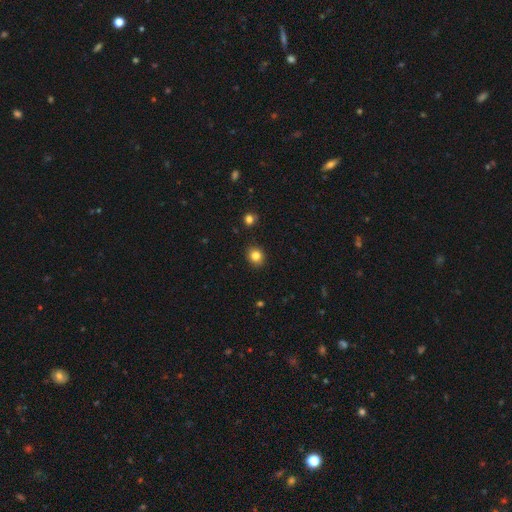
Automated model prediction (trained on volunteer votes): The model was most divided on "how rounded": round: 74%, in between: 25%, cigar-shaped: 1%. More confident: merging — none (90%); smooth or featured — smooth (83%).